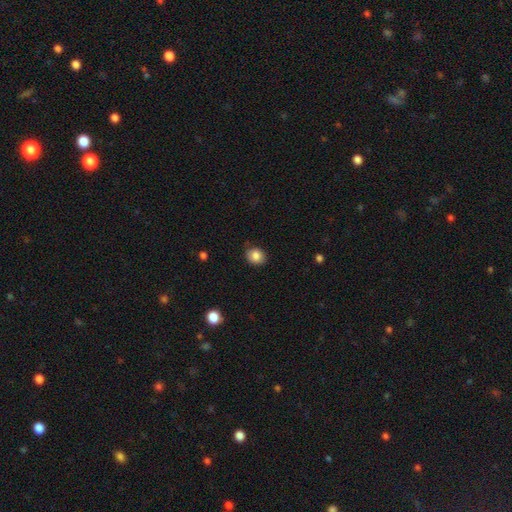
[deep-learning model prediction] Overall: smooth (85%). How rounded: round (68%; in between 31%). Merging: none (81%).